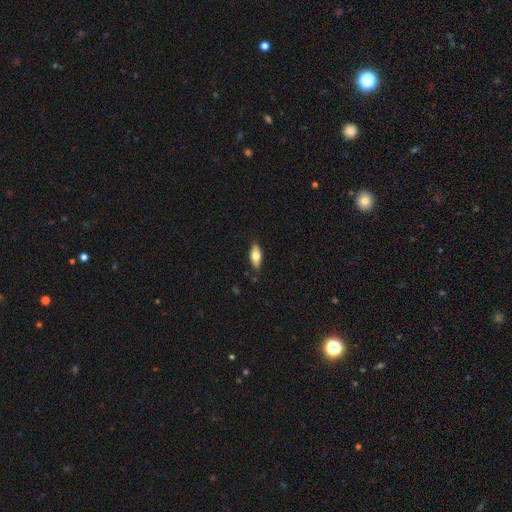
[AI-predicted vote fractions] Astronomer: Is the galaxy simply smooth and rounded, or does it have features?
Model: smooth — 69%.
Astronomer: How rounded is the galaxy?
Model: in between — 79%.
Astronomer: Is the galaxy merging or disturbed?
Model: none — 85%.